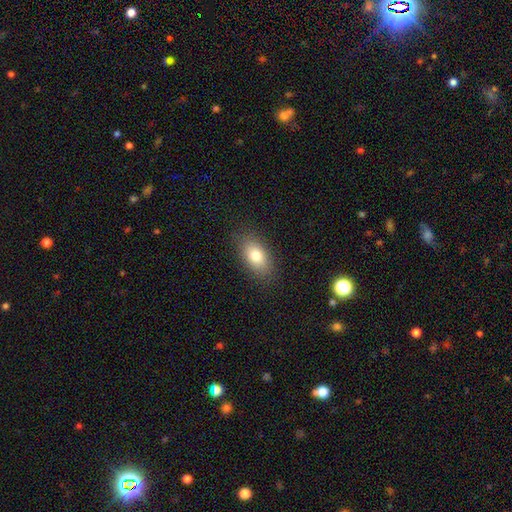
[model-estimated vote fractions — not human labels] A smooth galaxy with no disk features (79%) that is in between round and cigar-shaped (90%).

Vote fractions:
- Smooth or featured? smooth: 79% / featured or disk: 13% / star or artifact: 9%
- How rounded? in between: 90% / round: 7% / cigar-shaped: 4%
- Merging? none: 86% / minor disturbance: 10% / major disturbance: 3% / merger: 1%